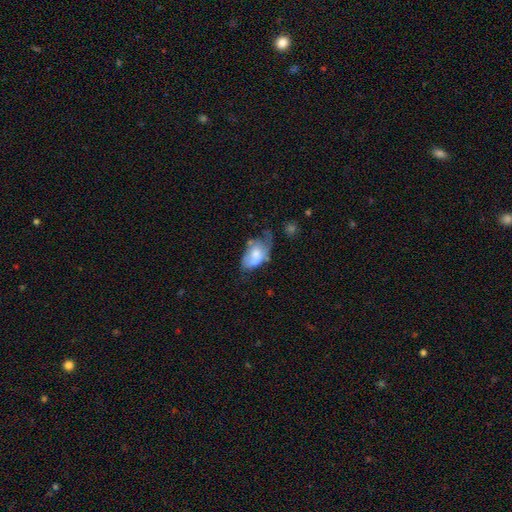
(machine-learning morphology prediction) smooth-or-featured: smooth: 55% | featured or disk: 38% | star or artifact: 8%
  how-rounded: in between: 90% | round: 7% | cigar-shaped: 2%
  merging: major disturbance: 37% | minor disturbance: 30% | none: 23% | merger: 10%